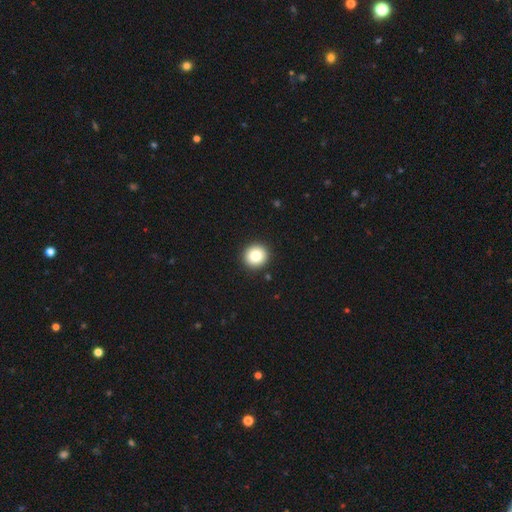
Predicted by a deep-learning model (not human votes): This appears to be a smooth galaxy with no disk features (81%) that is round (95%). Merging: none (93%).